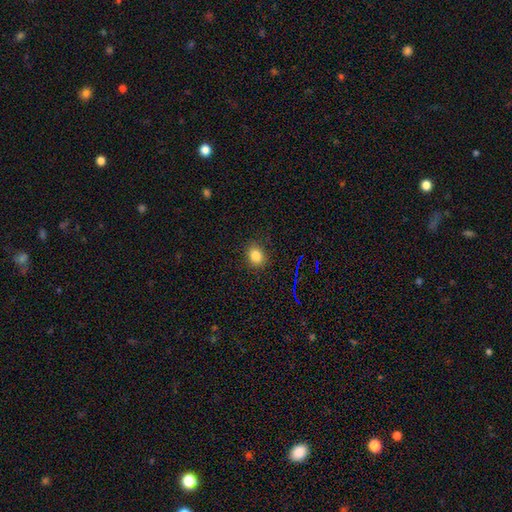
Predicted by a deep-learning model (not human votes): The model was most divided on "how rounded" (2-way tie): in between: 49%, round: 49%, cigar-shaped: 1%. More confident: merging — none (86%); smooth or featured — smooth (82%).